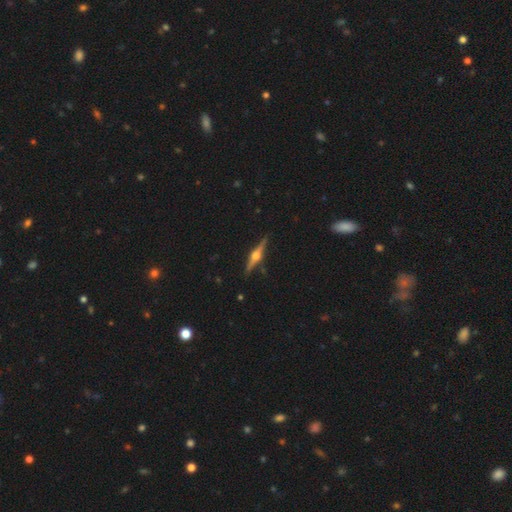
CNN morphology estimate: featured or disk 84%, smooth 10%, star or artifact 5%. Down the decision tree: edge-on disk — yes (98%); edge-on bulge — rounded (96%); merging — none (90%).